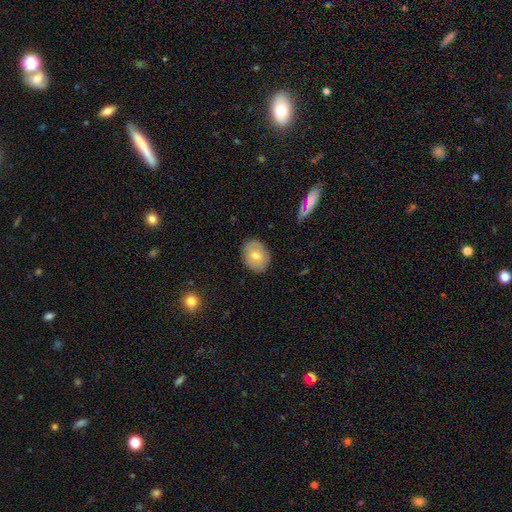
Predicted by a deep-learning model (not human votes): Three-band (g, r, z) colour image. It shows a smooth galaxy with no disk features (63%) that is in between round and cigar-shaped (54%). Merging: none (85%).